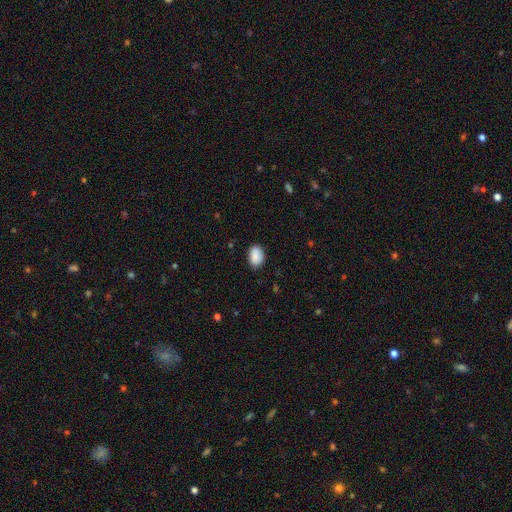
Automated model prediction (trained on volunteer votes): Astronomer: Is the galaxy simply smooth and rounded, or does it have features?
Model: smooth — 88%.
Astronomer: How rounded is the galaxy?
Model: in between — 79%.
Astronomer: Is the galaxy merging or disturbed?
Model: none — 82%.